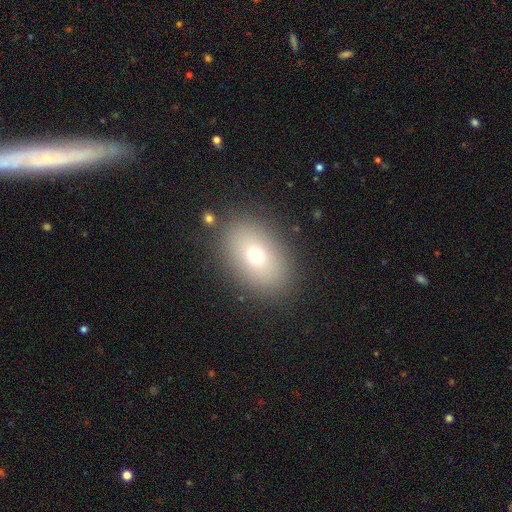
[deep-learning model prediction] Overall: smooth (71%). How rounded: in between (81%). Merging: none (85%).